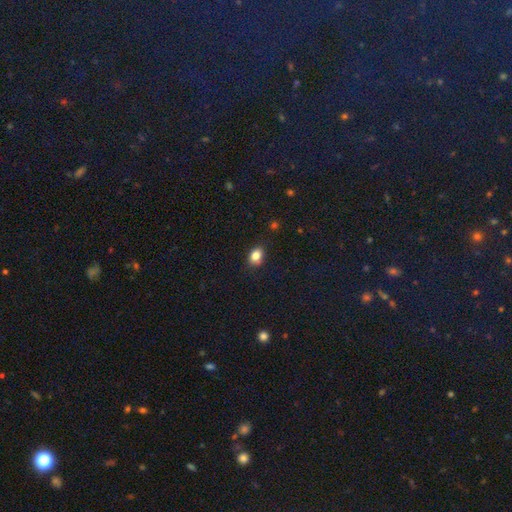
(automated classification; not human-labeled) A smooth galaxy with no disk features (83%) that is in between round and cigar-shaped (70%).

Vote fractions:
- Smooth or featured? smooth: 83% / star or artifact: 10% / featured or disk: 7%
- How rounded? in between: 70% / round: 28% / cigar-shaped: 1%
- Merging? none: 80% / minor disturbance: 15% / major disturbance: 3% / merger: 2%